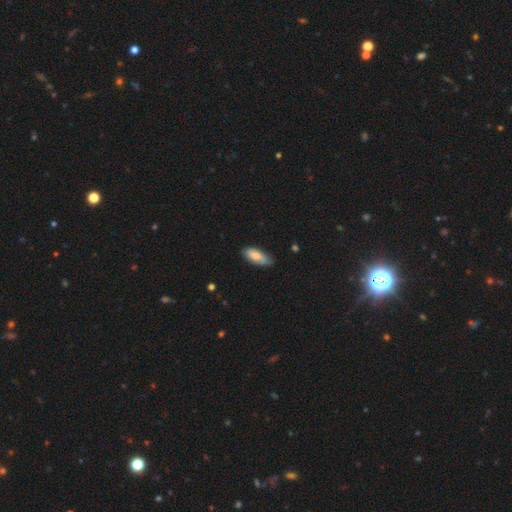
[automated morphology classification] Smooth or featured? smooth (78%)
How rounded? in between (82%)
Merging? none (72%)